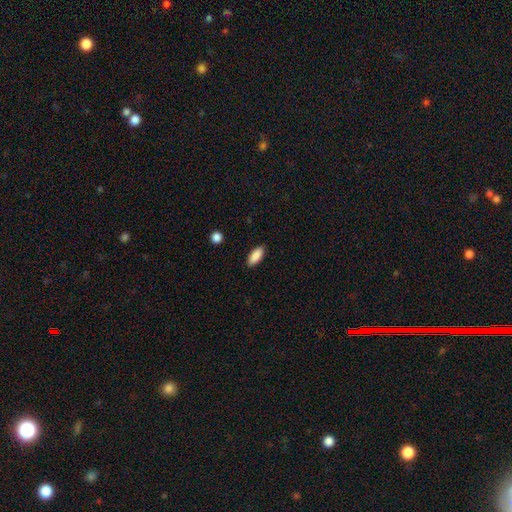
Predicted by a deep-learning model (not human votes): Q: Smooth or featured?
A: smooth (89%); runner-up: star or artifact (6%)
Q: How rounded?
A: in between (81%); runner-up: cigar-shaped (17%)
Q: Merging?
A: none (89%); runner-up: minor disturbance (8%)